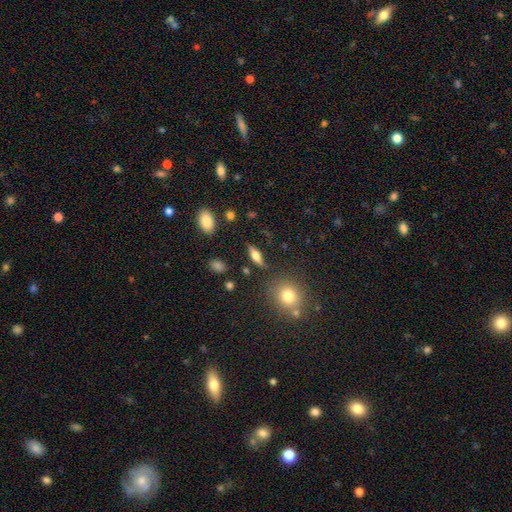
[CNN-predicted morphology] This is possibly a smooth galaxy (47%). Merging: clearly none (82%).